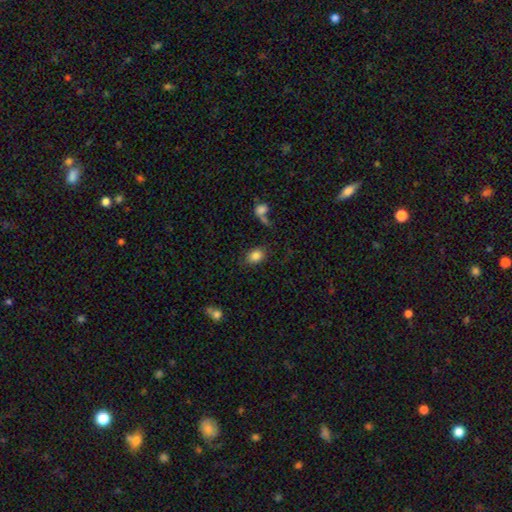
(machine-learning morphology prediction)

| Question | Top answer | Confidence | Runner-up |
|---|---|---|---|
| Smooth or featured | smooth | 85% | star or artifact (9%) |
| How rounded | in between | 70% | round (28%) |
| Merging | none | 78% | minor disturbance (12%) |